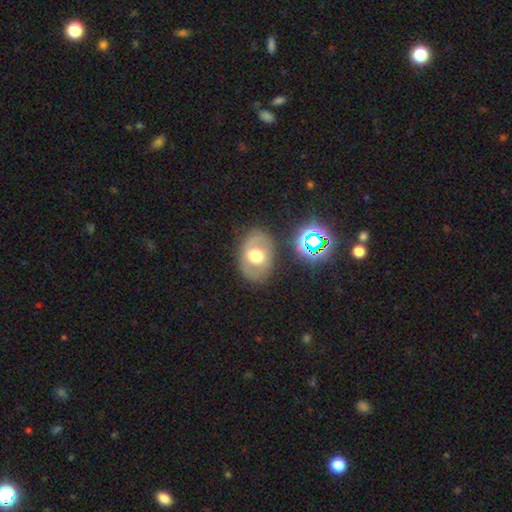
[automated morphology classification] The model was most divided on "smooth or featured": featured or disk: 48%, smooth: 41%, star or artifact: 11%. More confident: merging — none (79%).